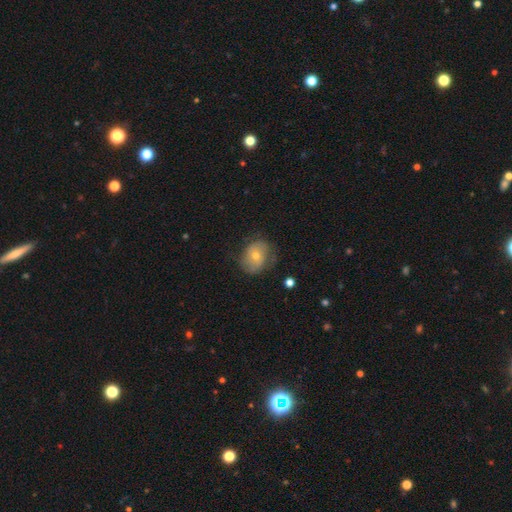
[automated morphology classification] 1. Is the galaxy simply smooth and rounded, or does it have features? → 55% smooth, 37% featured or disk, 8% star or artifact.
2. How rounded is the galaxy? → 50% round, 49% in between, 1% cigar-shaped.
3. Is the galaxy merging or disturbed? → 61% none, 26% minor disturbance, 12% major disturbance, 1% merger.